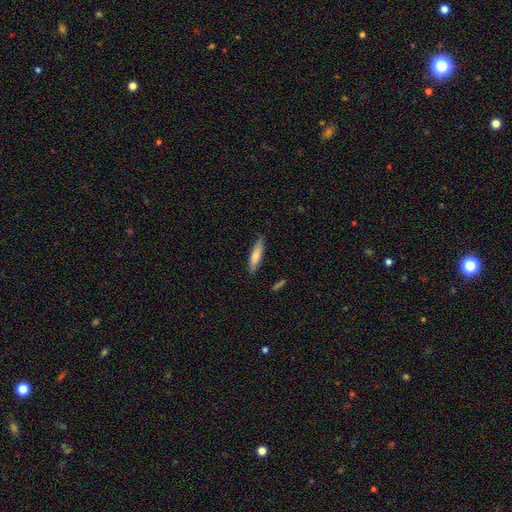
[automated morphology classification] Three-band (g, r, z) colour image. It shows a smooth galaxy with no disk features (71%) that is cigar-shaped (82%). Merging: none (85%).